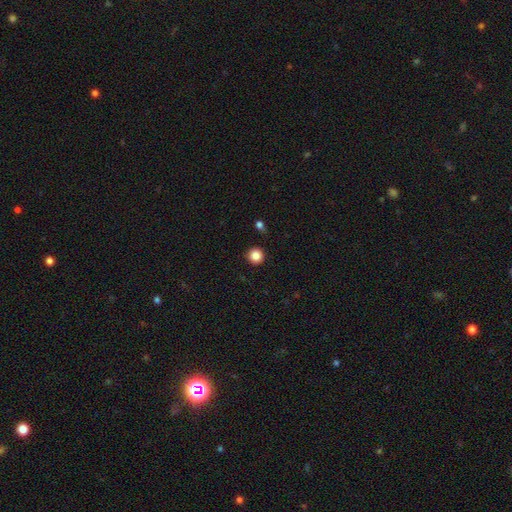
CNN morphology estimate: Smooth or featured?
  - smooth: 85% *
  - star or artifact: 10%
  - featured or disk: 4%
How rounded?
  - round: 95% *
  - in between: 4%
  - cigar-shaped: 1%
Merging?
  - none: 91% *
  - minor disturbance: 5%
  - major disturbance: 2%
  - merger: 2%